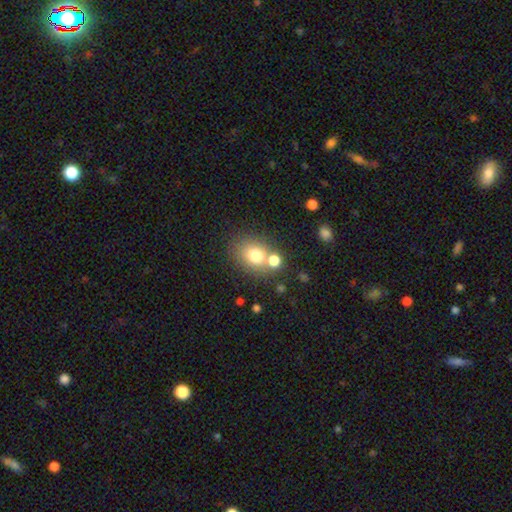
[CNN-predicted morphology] This is likely a smooth galaxy (75%). How rounded: possibly round (55%). Merging: likely none (61%).